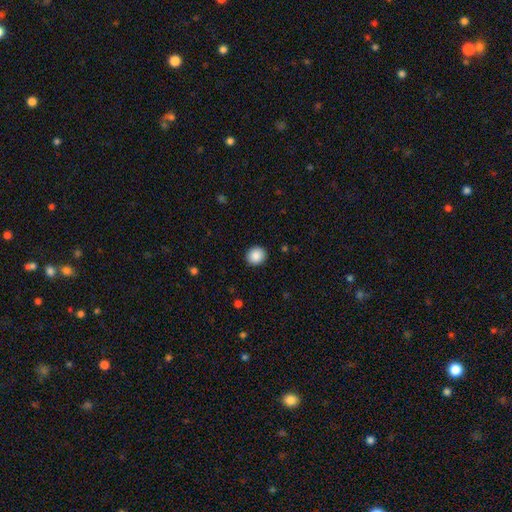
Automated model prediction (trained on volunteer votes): This is clearly a smooth galaxy (88%). How rounded: clearly round (82%). Merging: clearly none (91%).